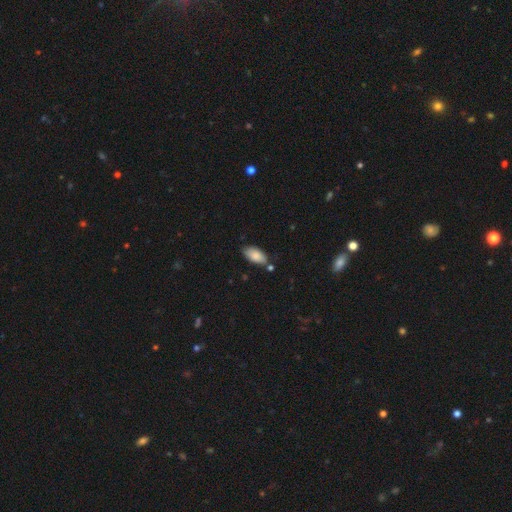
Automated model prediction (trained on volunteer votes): A smooth galaxy with no disk features (84%) that is in between round and cigar-shaped (93%). Merging: none (72%).